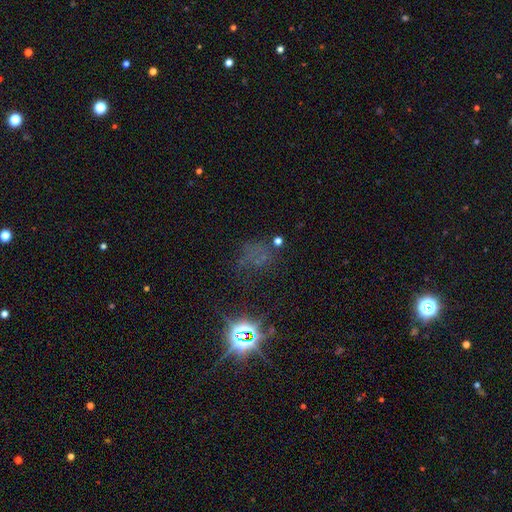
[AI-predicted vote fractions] Smooth or featured? star or artifact (61%)